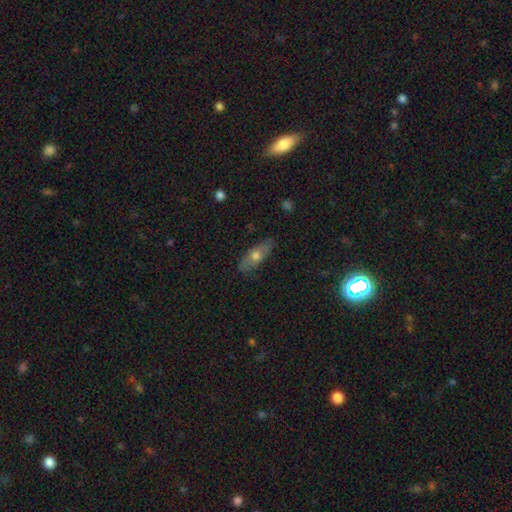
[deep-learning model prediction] smooth_or_featured: smooth (p=0.59) [alt: featured or disk p=0.34]
how_rounded: in between (p=0.65) [alt: cigar-shaped p=0.31]
merging: none (p=0.83) [alt: minor disturbance p=0.14]